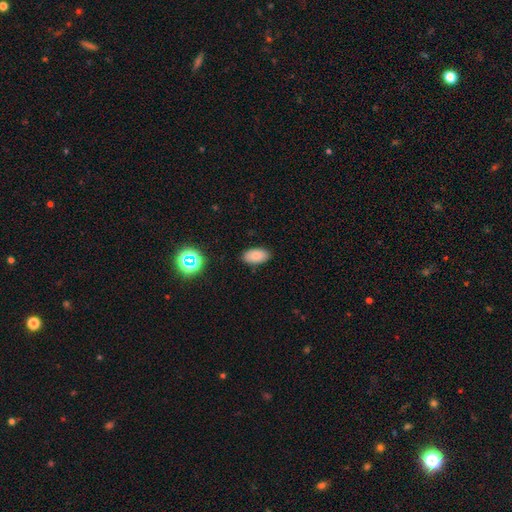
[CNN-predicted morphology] Smooth or featured: smooth — 85% (star or artifact — 10%)
How rounded: in between — 94% (round — 4%)
Merging: none — 87% (minor disturbance — 9%)